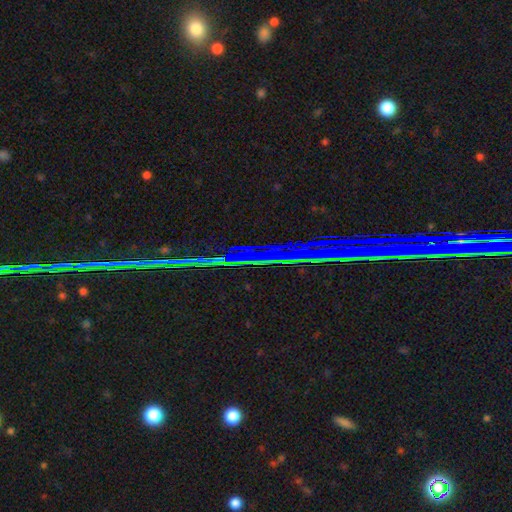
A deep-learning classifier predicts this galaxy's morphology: Smooth or featured: star or artifact — 73% (featured or disk — 16%)